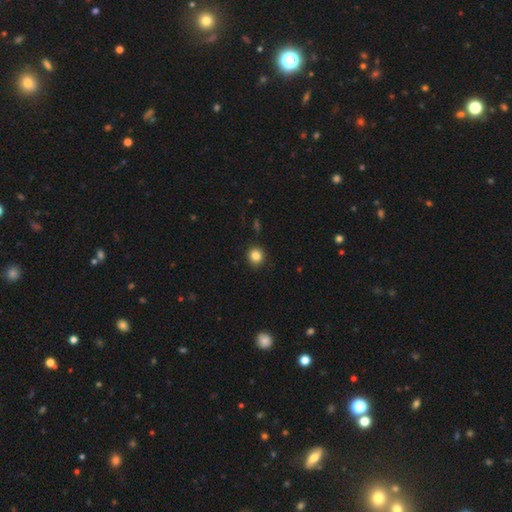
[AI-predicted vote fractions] Smooth or featured? smooth (84%)
How rounded? round (88%)
Merging? none (91%)